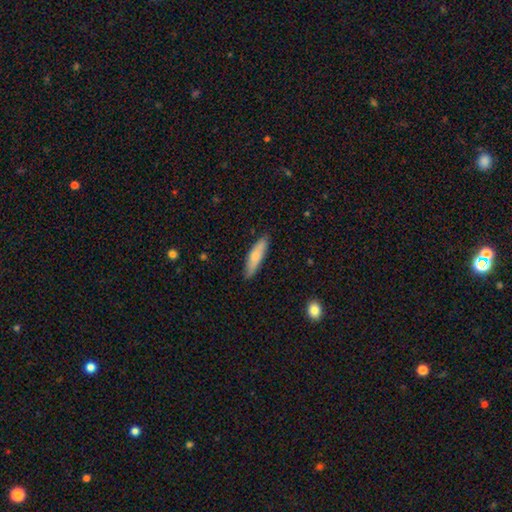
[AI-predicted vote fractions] This appears to be a smooth galaxy with no disk features (76%) that is cigar-shaped (72%). Merging: none (85%).